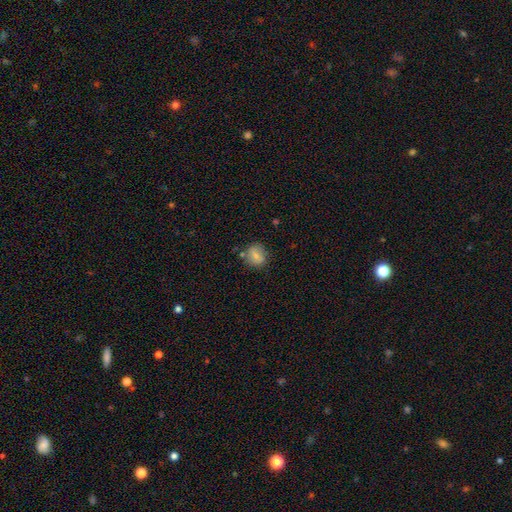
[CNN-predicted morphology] This appears to be a smooth galaxy with no disk features (75%) that is round (76%). Merging: none (74%).